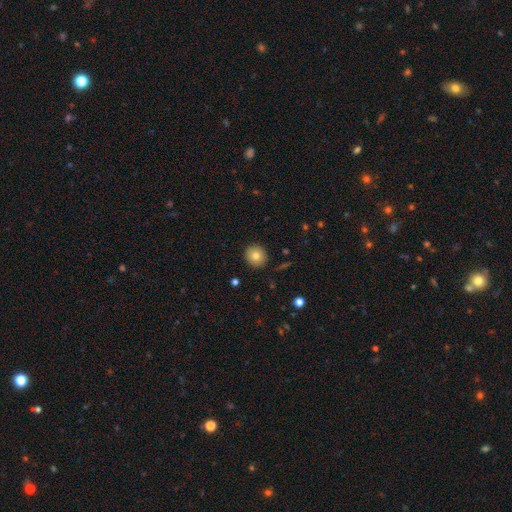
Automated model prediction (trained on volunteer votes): Smooth or featured? smooth (80%)
How rounded? round (85%)
Merging? none (89%)